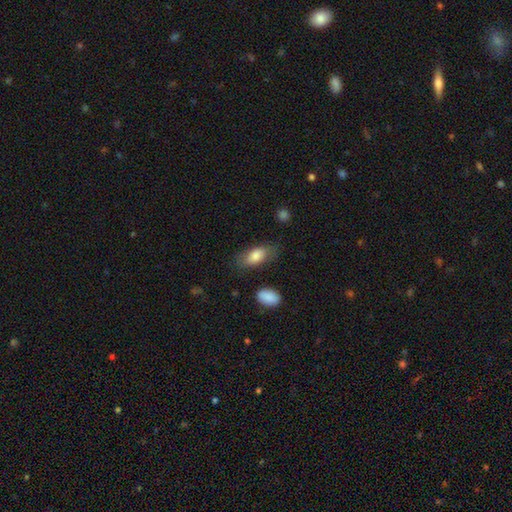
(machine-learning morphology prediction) This is likely a smooth galaxy (80%). How rounded: clearly in between (88%). Merging: likely none (72%).